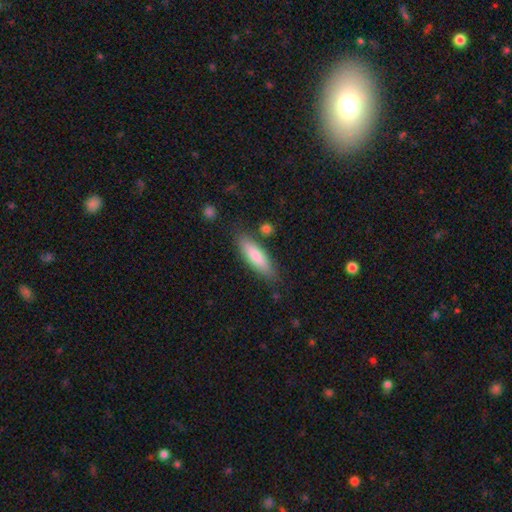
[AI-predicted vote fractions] A smooth galaxy with no disk features (81%) that is cigar-shaped (55%).

Vote fractions:
- Smooth or featured? smooth: 81% / featured or disk: 14% / star or artifact: 6%
- How rounded? cigar-shaped: 55% / in between: 43% / round: 2%
- Merging? none: 81% / minor disturbance: 13% / merger: 4% / major disturbance: 3%